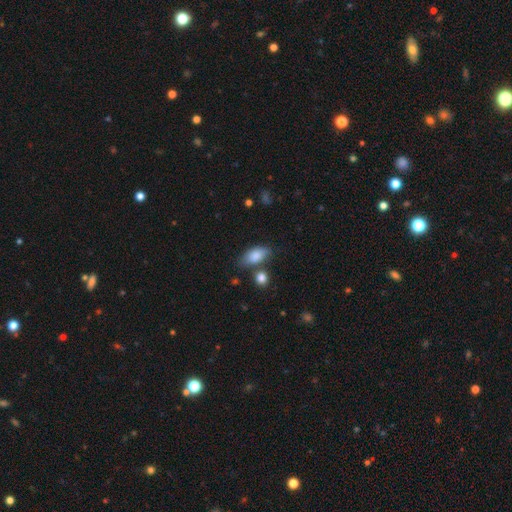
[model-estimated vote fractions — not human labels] Morphology: type=smooth (83%); roundness=in between (88%); merging=none (63%).